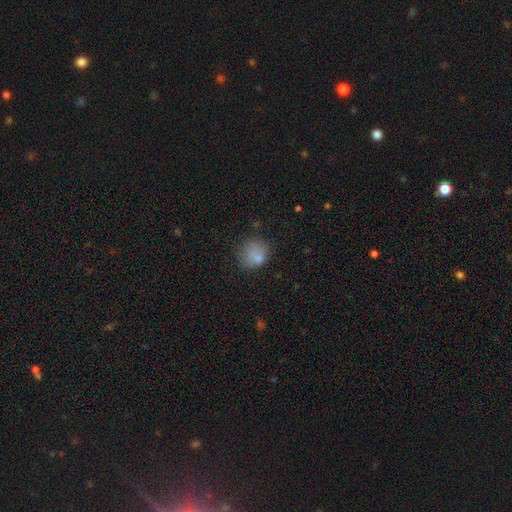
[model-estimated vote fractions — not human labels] Q: Smooth or featured?
A: smooth (76%); runner-up: featured or disk (13%)
Q: How rounded?
A: round (67%); runner-up: in between (32%)
Q: Merging?
A: none (54%); runner-up: minor disturbance (24%)